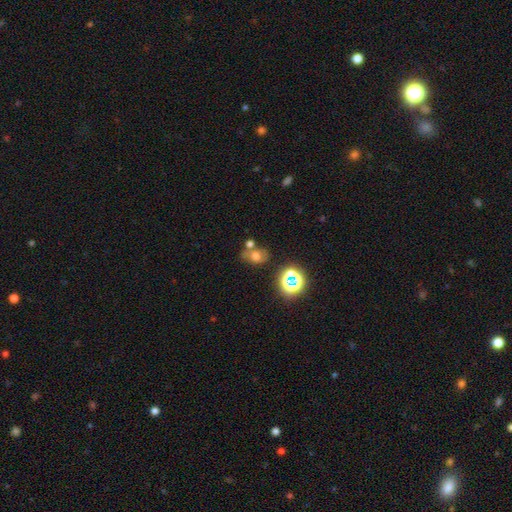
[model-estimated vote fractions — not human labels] A smooth galaxy with no disk features (58%) that is in between round and cigar-shaped (54%).

Vote fractions:
- Smooth or featured? smooth: 58% / star or artifact: 25% / featured or disk: 17%
- How rounded? in between: 54% / round: 45% / cigar-shaped: 1%
- Merging? none: 51% / merger: 24% / minor disturbance: 17% / major disturbance: 7%